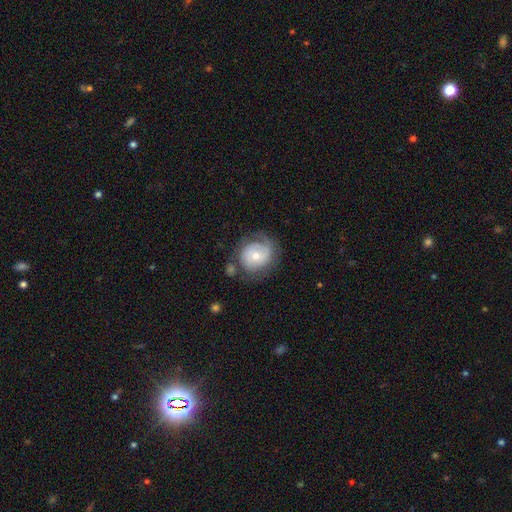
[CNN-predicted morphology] The model was most divided on "bulge size": moderate: 49%, small: 46%, large: 3%, none: 1%, dominant: 1%. More confident: edge-on disk — no (96%); bar — no (71%); spiral arms — yes (70%); merging — none (55%); smooth or featured — featured or disk (52%).